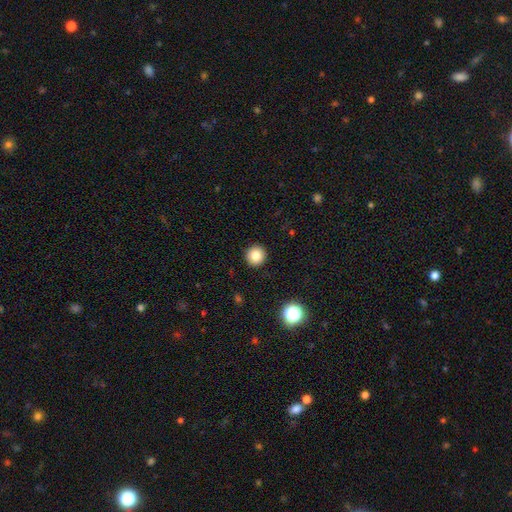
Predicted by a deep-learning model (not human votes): Q: Smooth or featured?
A: smooth (83%); runner-up: star or artifact (11%)
Q: How rounded?
A: round (93%); runner-up: in between (6%)
Q: Merging?
A: none (92%); runner-up: minor disturbance (5%)